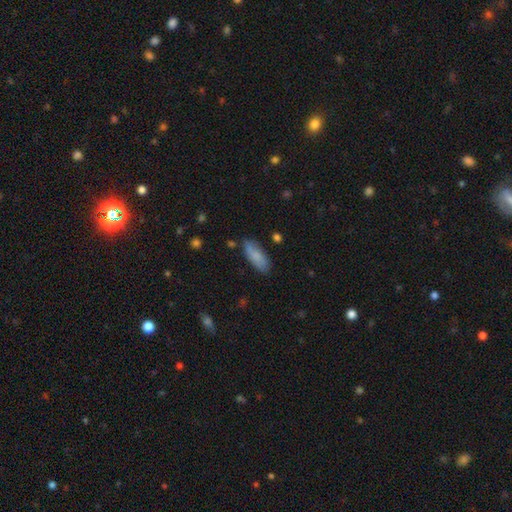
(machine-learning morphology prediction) Smooth or featured? smooth (82%)
How rounded? in between (73%)
Merging? none (77%)